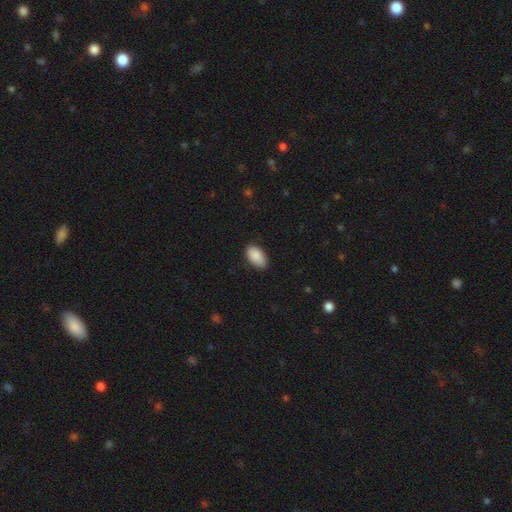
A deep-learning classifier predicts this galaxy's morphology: type=smooth (89%); roundness=in between (95%); merging=none (83%).